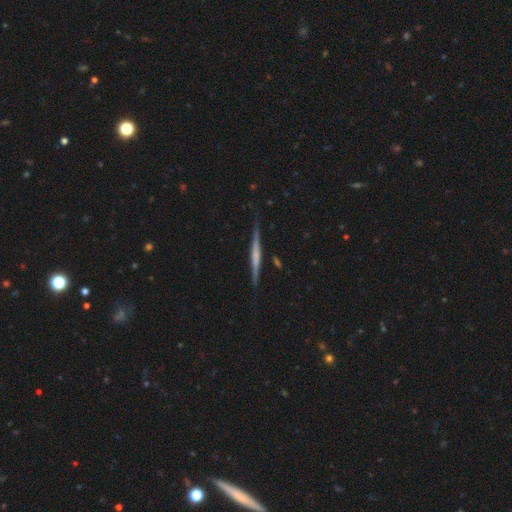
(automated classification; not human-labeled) This appears to be a featured or disk galaxy (66%) viewed edge-on (98%) with no central bulge (48%). Merging: none (84%).